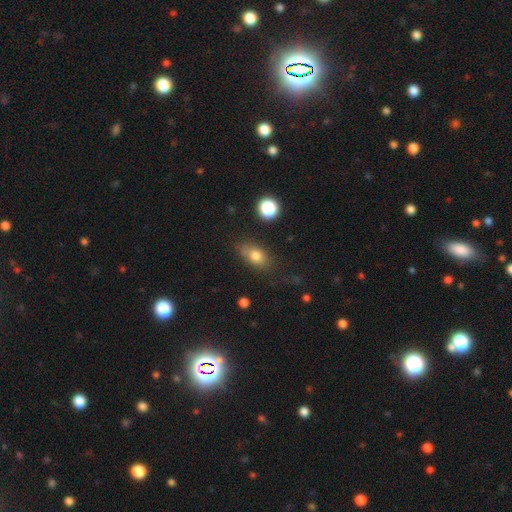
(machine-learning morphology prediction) smooth_or_featured: smooth (p=0.78) [alt: featured or disk p=0.11]
how_rounded: in between (p=0.77) [alt: round p=0.19]
merging: none (p=0.69) [alt: minor disturbance p=0.20]